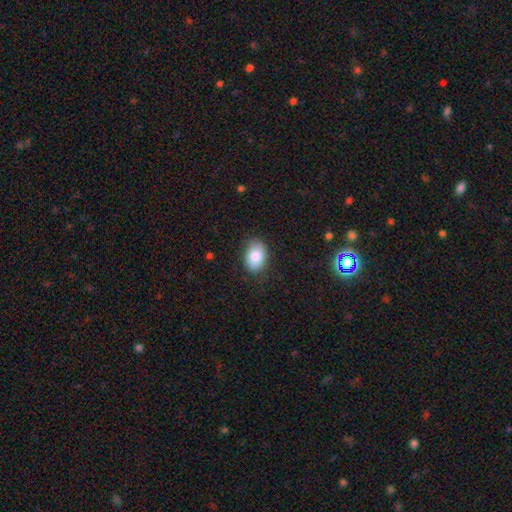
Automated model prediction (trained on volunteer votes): This is clearly a smooth galaxy (84%). How rounded: clearly in between (84%). Merging: clearly none (83%).